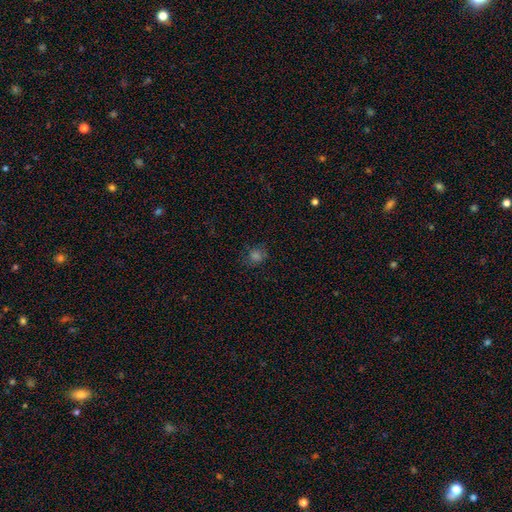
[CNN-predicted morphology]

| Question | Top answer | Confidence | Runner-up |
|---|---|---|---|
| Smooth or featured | smooth | 66% | star or artifact (26%) |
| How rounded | round | 79% | in between (19%) |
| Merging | none | 80% | minor disturbance (13%) |